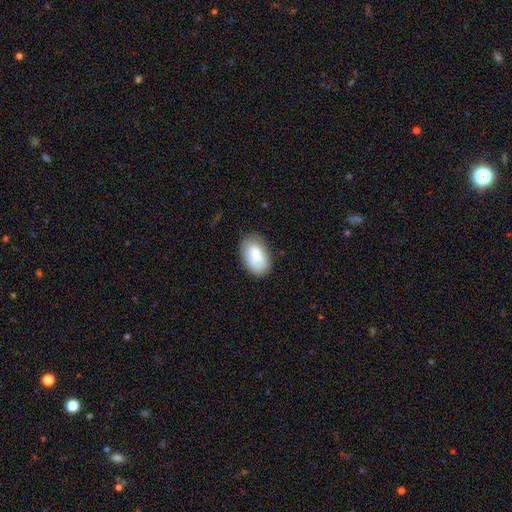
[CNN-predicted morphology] This appears to be a smooth galaxy with no disk features (84%) that is in between round and cigar-shaped (94%). Merging: none (81%).